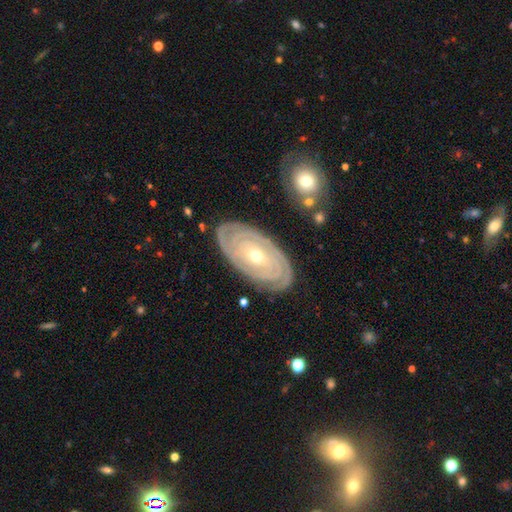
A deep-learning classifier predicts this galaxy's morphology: The model was most divided on "spiral arm count": can't tell: 32%, 2: 25%, 3: 17%, 4: 13%, more than 4: 7%, 1: 6%. More confident: spiral arms — yes (96%); edge-on disk — no (94%); spiral winding — tight (89%); smooth or featured — featured or disk (87%); merging — none (84%); bar — no (70%); bulge size — small (53%).